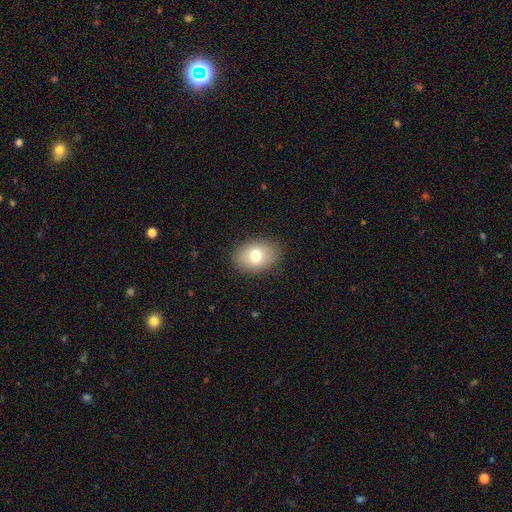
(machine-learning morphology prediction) Smooth or featured? Predicted: smooth (p=0.76). How rounded? Predicted: in between (p=0.77). Merging? Predicted: none (p=0.87).